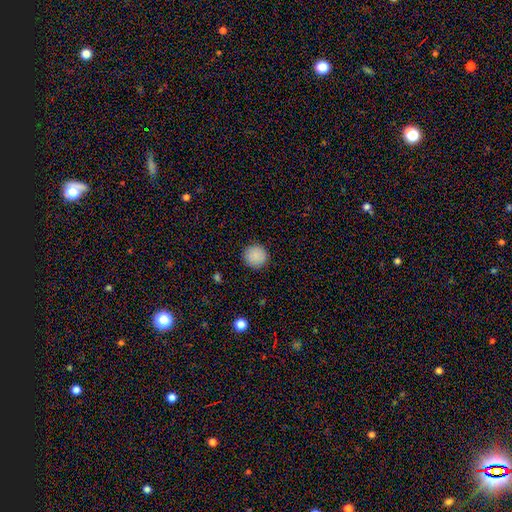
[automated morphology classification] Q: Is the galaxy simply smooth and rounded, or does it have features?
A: smooth — 89%.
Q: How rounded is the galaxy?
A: round — 95%.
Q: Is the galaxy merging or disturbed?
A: none — 92%.